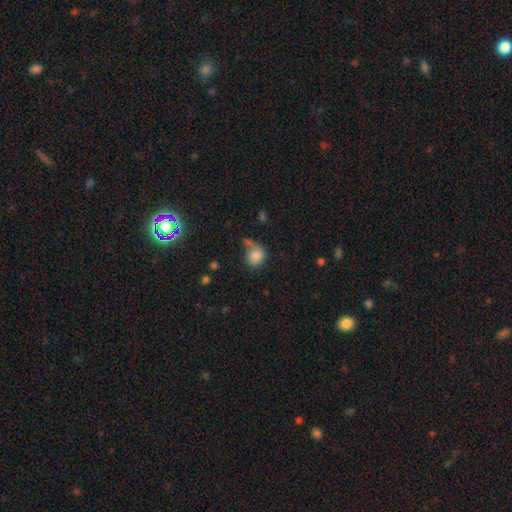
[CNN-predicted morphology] A smooth galaxy with no disk features (83%) that is round (68%).

Vote fractions:
- Smooth or featured? smooth: 83% / star or artifact: 10% / featured or disk: 7%
- How rounded? round: 68% / in between: 31% / cigar-shaped: 1%
- Merging? none: 44% / minor disturbance: 23% / major disturbance: 17% / merger: 16%